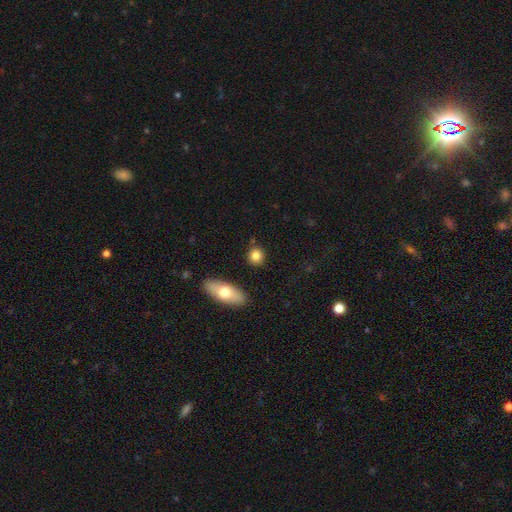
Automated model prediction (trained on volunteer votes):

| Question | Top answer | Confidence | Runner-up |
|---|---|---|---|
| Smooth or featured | smooth | 82% | featured or disk (10%) |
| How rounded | round | 81% | in between (17%) |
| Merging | none | 85% | minor disturbance (9%) |